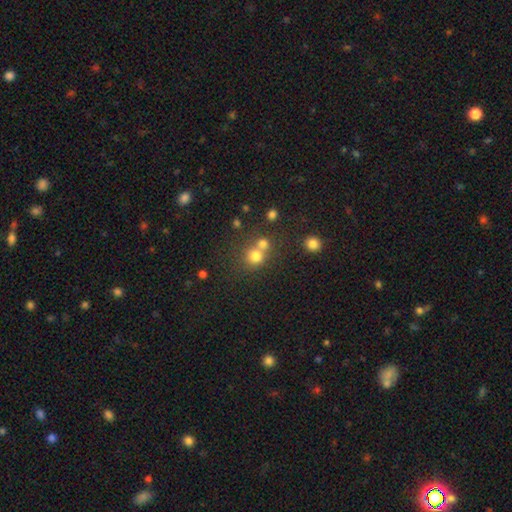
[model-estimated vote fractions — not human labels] A smooth galaxy with no disk features (75%) that is round (86%).

Vote fractions:
- Smooth or featured? smooth: 75% / star or artifact: 16% / featured or disk: 10%
- How rounded? round: 86% / in between: 13% / cigar-shaped: 1%
- Merging? none: 46% / merger: 44% / minor disturbance: 6% / major disturbance: 3%